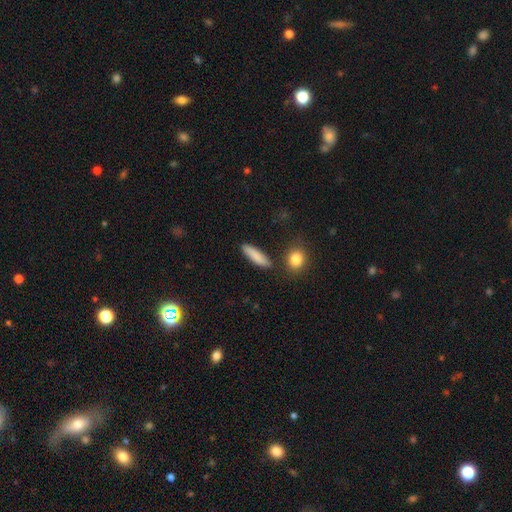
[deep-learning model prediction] Smooth or featured?
  - smooth: 85% *
  - featured or disk: 8%
  - star or artifact: 6%
How rounded?
  - cigar-shaped: 68% *
  - in between: 29%
  - round: 3%
Merging?
  - none: 84% *
  - minor disturbance: 9%
  - merger: 4%
  - major disturbance: 2%